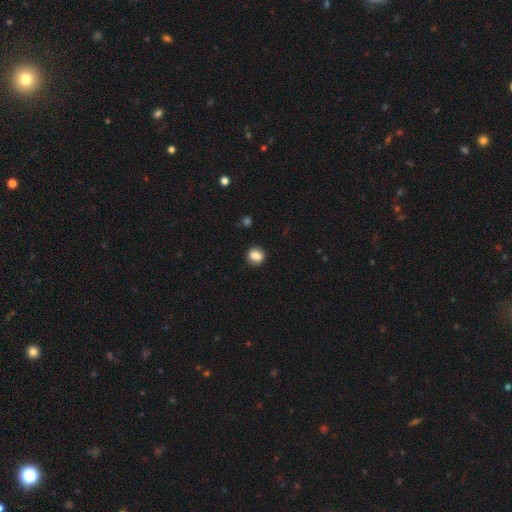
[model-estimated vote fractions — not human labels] This appears to be a smooth galaxy with no disk features (83%) that is round (81%). Merging: none (89%).